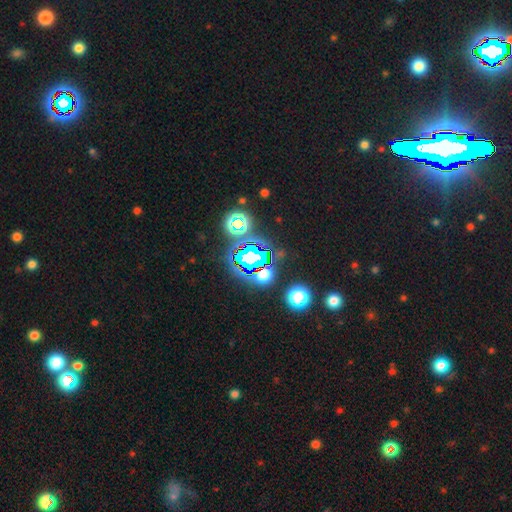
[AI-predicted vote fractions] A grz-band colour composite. It shows a star or artifact, not a galaxy (77%).